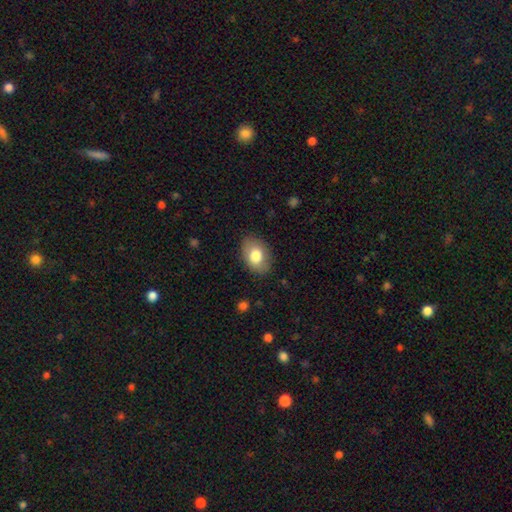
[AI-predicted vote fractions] Smooth or featured?
  - smooth: 78% *
  - featured or disk: 15%
  - star or artifact: 7%
How rounded?
  - in between: 84% *
  - round: 15%
  - cigar-shaped: 1%
Merging?
  - none: 84% *
  - minor disturbance: 12%
  - major disturbance: 3%
  - merger: 1%